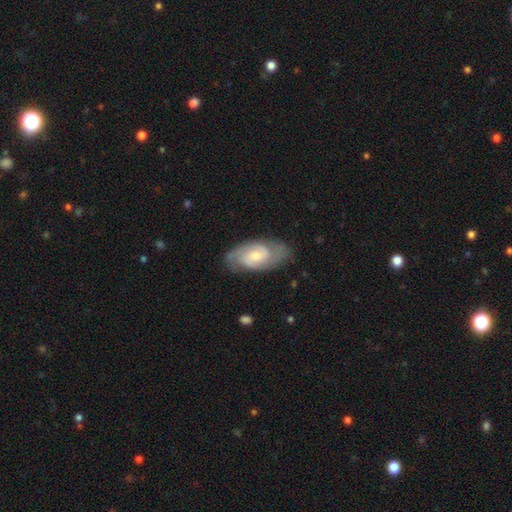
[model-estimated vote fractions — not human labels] smooth_or_featured: featured or disk (p=0.77) [alt: smooth p=0.18]
disk_edge_on: no (p=0.95) [alt: yes p=0.05]
bar: no (p=0.55) [alt: weak p=0.38]
has_spiral_arms: yes (p=0.93) [alt: no p=0.07]
spiral_winding: tight (p=0.45) [alt: medium p=0.43]
spiral_arm_count: 2 (p=0.71) [alt: can't tell p=0.16]
bulge_size: small (p=0.52) [alt: moderate p=0.42]
merging: none (p=0.76) [alt: minor disturbance p=0.18]